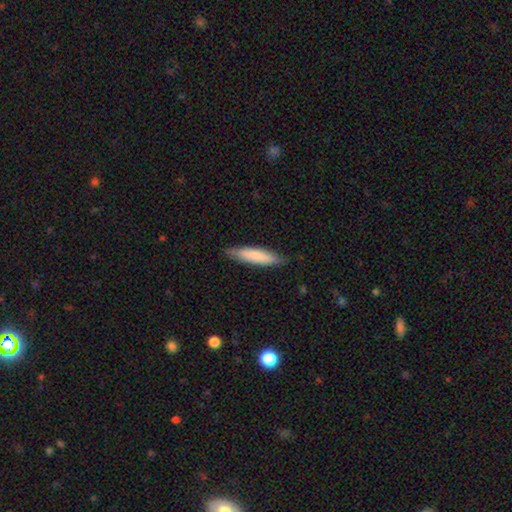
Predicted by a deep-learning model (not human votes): Morphology: type=smooth (76%); roundness=cigar-shaped (76%); merging=none (84%).